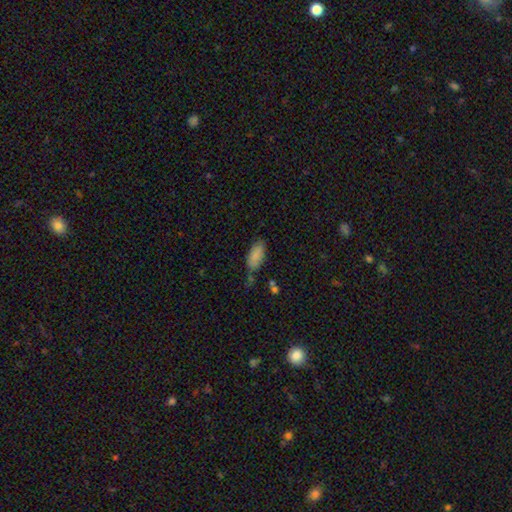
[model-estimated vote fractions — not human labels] Smooth or featured? Predicted: smooth (p=0.86). How rounded? Predicted: in between (p=0.88). Merging? Predicted: none (p=0.65).